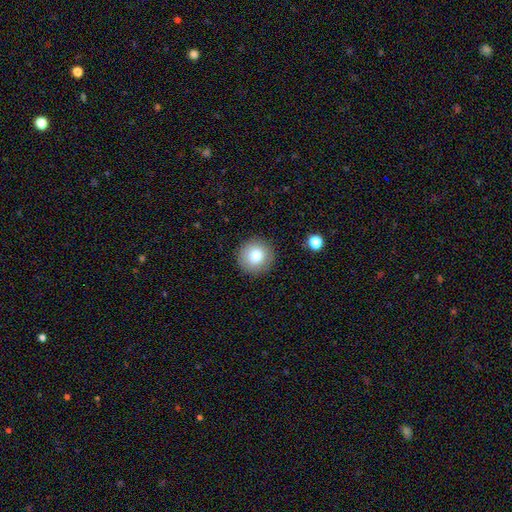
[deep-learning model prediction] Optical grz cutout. It shows a smooth galaxy with no disk features (78%) that is round (95%). Merging: none (90%).